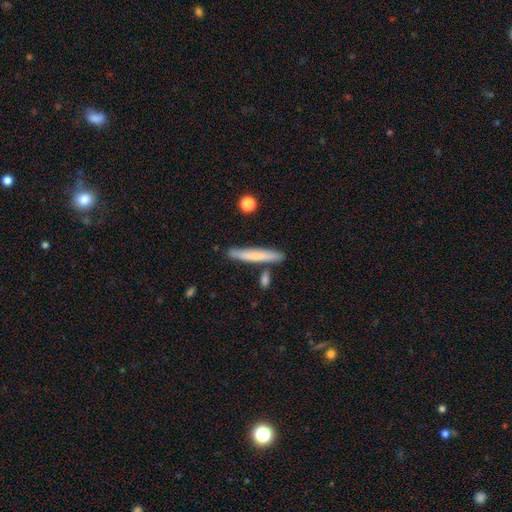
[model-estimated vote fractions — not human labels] The model was most divided on "smooth or featured": smooth: 66%, featured or disk: 28%, star or artifact: 6%. More confident: how rounded — cigar-shaped (94%); merging — none (82%).